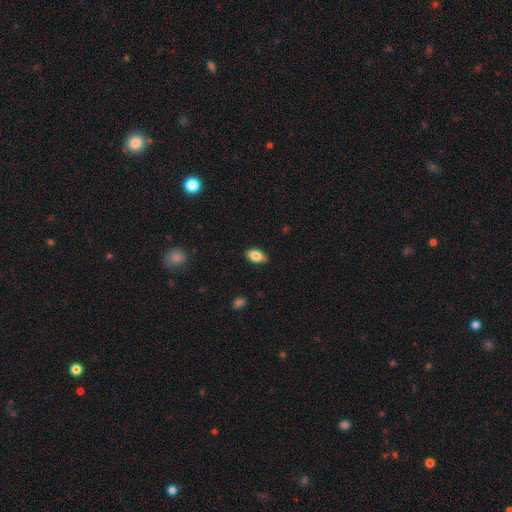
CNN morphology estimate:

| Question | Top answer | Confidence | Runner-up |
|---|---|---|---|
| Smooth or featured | smooth | 83% | featured or disk (10%) |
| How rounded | in between | 92% | round (5%) |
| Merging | none | 85% | minor disturbance (12%) |